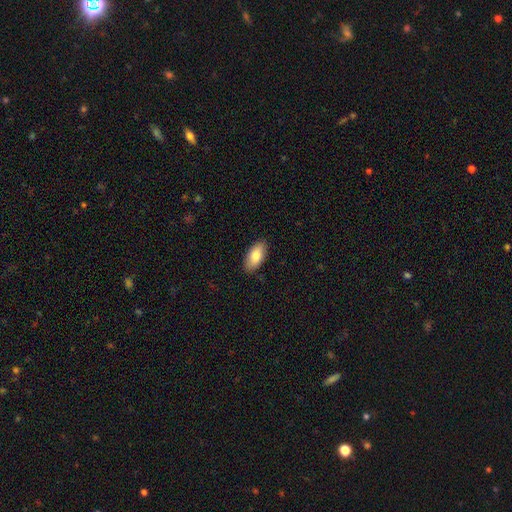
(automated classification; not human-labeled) This appears to be a smooth galaxy with no disk features (81%) that is in between round and cigar-shaped (93%). Merging: none (88%).